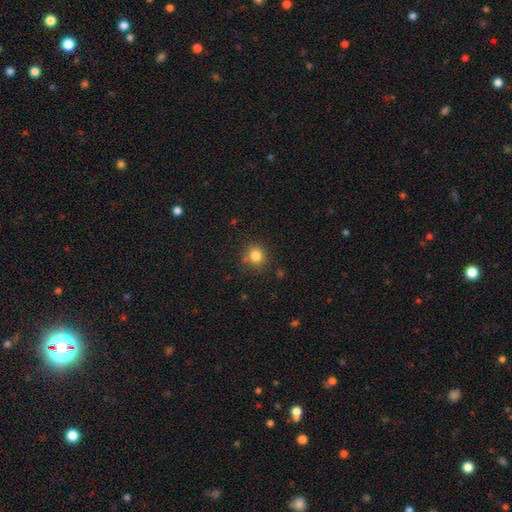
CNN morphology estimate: smooth_or_featured: smooth (p=0.82) [alt: star or artifact p=0.12]
how_rounded: round (p=0.87) [alt: in between p=0.12]
merging: none (p=0.83) [alt: minor disturbance p=0.10]